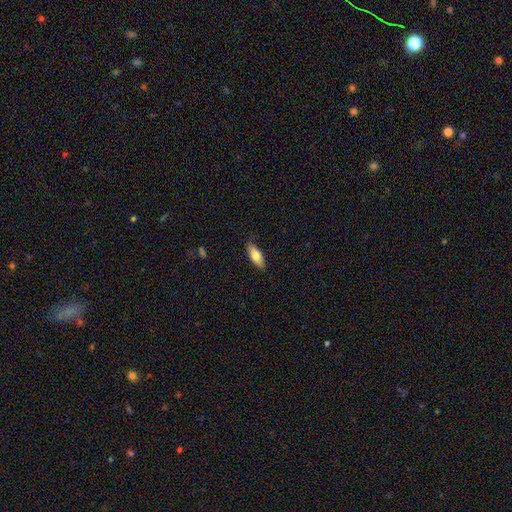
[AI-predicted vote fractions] smooth_or_featured: smooth (p=0.77) [alt: featured or disk p=0.17]
how_rounded: in between (p=0.77) [alt: cigar-shaped p=0.21]
merging: none (p=0.86) [alt: minor disturbance p=0.11]